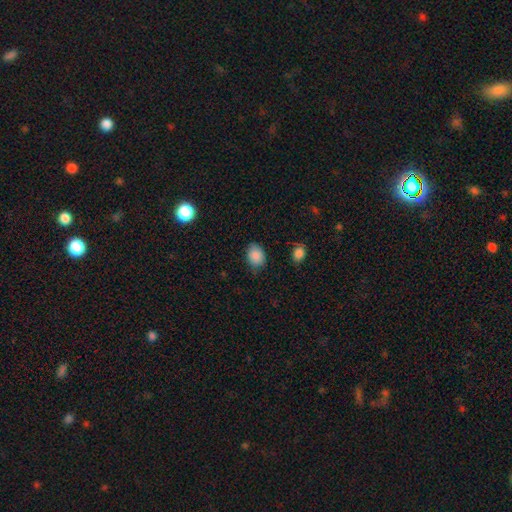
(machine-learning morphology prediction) type=smooth (87%); roundness=in between (62%); merging=none (75%).